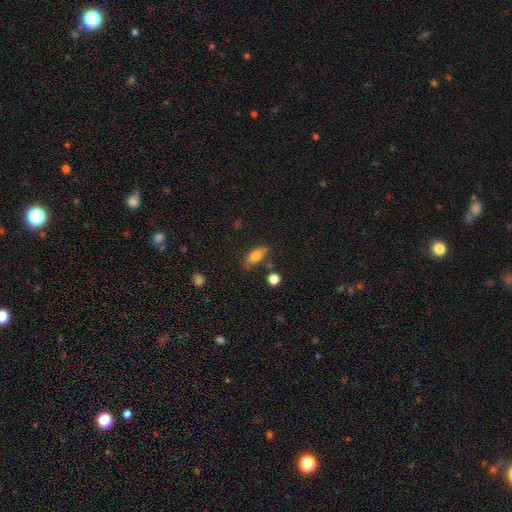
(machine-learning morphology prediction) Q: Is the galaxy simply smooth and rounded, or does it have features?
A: smooth — 77%.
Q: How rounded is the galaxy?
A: in between — 78%.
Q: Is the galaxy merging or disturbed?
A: none — 69%.